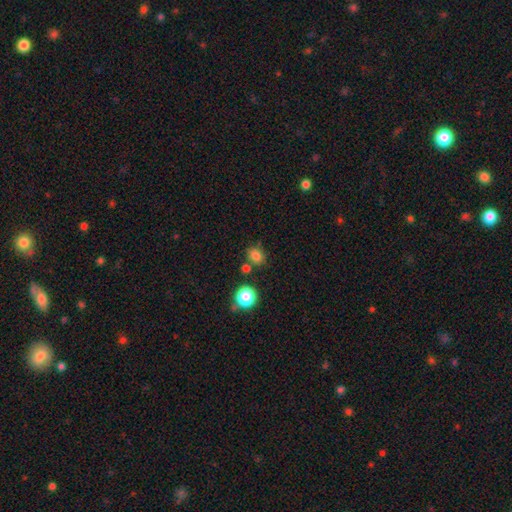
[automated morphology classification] This is likely a smooth galaxy (79%). How rounded: possibly round (59%). Merging: likely none (75%).